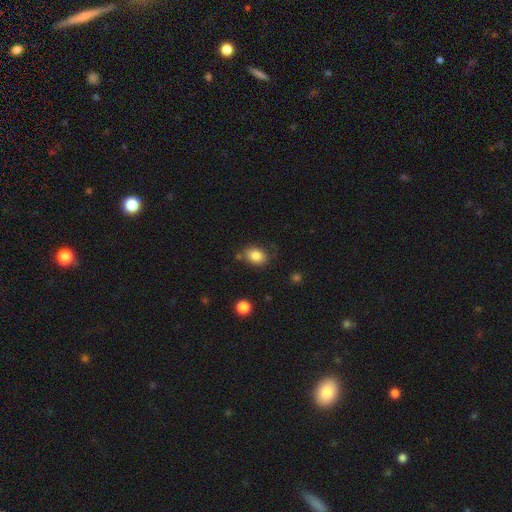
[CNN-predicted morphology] Smooth or featured? smooth (85%)
How rounded? in between (70%)
Merging? none (74%)